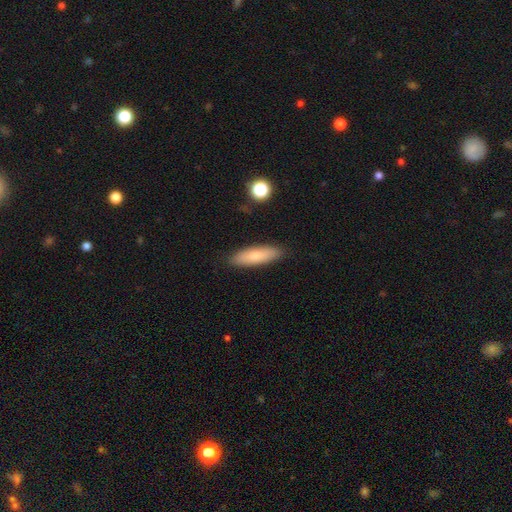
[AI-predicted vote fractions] Overall: smooth (77%). How rounded: cigar-shaped (53%; in between 45%). Merging: none (87%).